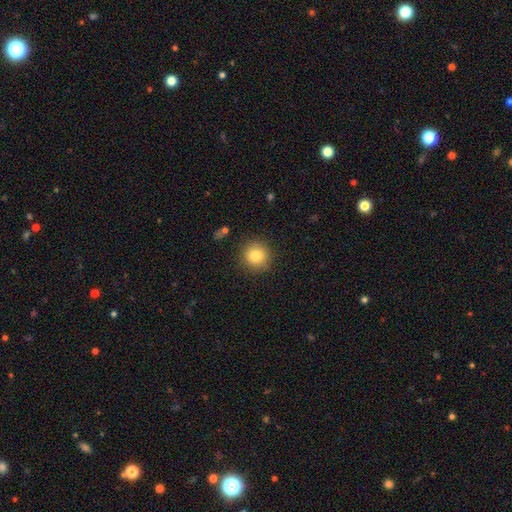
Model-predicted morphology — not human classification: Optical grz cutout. It shows a smooth galaxy with no disk features (82%) that is round (93%). Merging: none (88%).